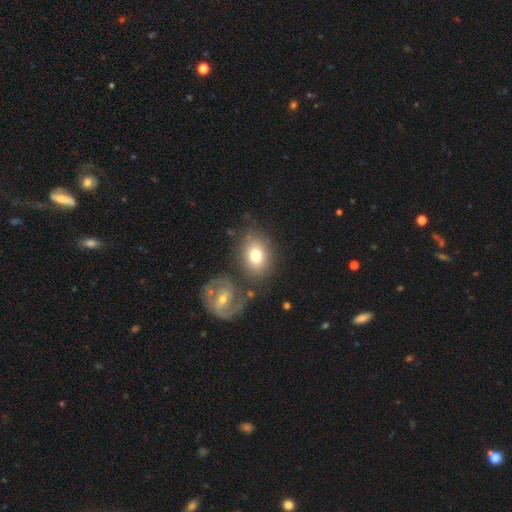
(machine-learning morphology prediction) smooth 70%, featured or disk 22%, star or artifact 8%. Down the decision tree: how rounded — in between (67%); merging — none (63%).